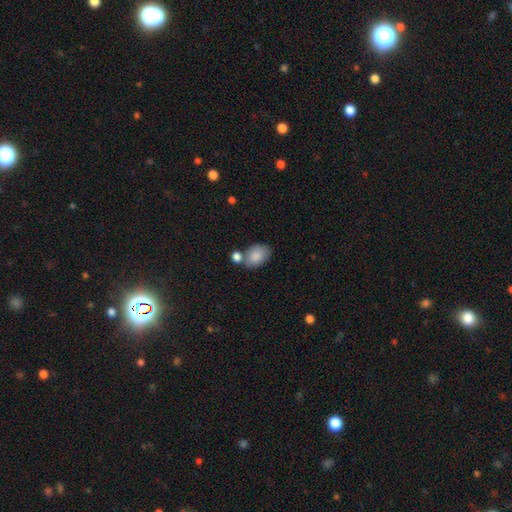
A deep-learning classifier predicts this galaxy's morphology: type=smooth (86%); roundness=in between (86%); merging=none (58%).